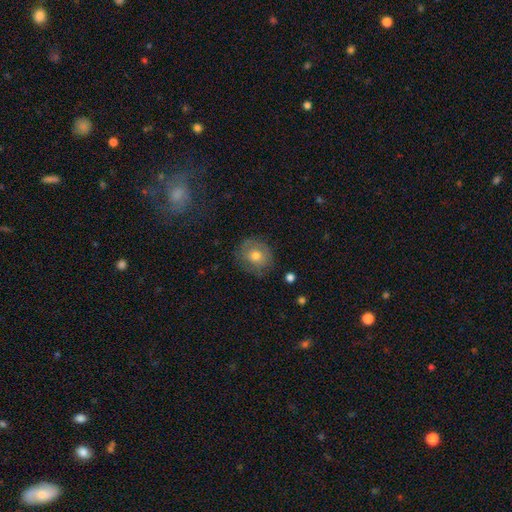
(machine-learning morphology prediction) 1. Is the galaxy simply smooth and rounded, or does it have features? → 67% smooth, 24% featured or disk, 9% star or artifact.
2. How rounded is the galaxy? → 82% round, 17% in between, 1% cigar-shaped.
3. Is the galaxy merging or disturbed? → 75% none, 18% minor disturbance, 6% major disturbance, 2% merger.